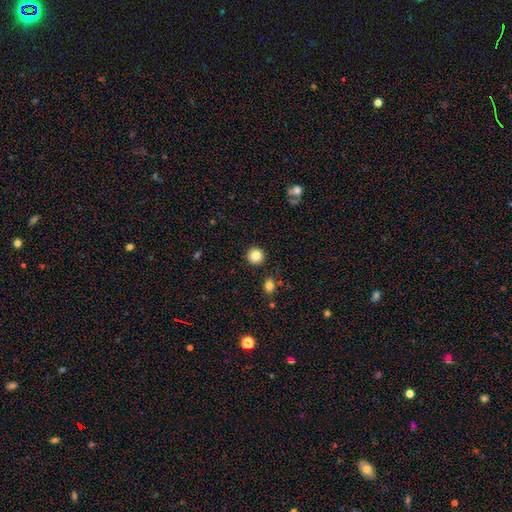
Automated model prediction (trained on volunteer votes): smooth 85%, star or artifact 10%, featured or disk 5%. Down the decision tree: how rounded — round (92%); merging — none (91%).